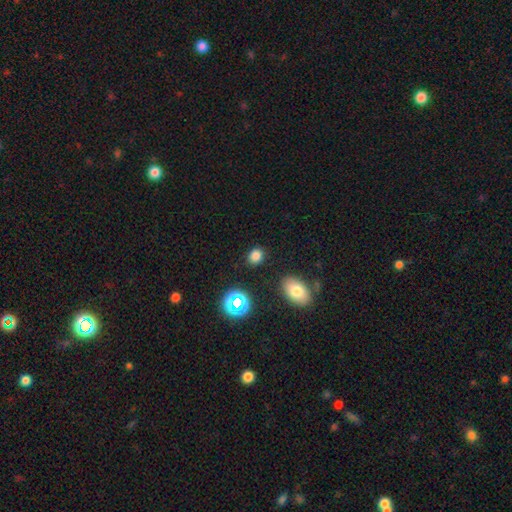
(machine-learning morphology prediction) Smooth or featured? Predicted: smooth (p=0.78). How rounded? Predicted: round (p=0.55). Merging? Predicted: none (p=0.86).